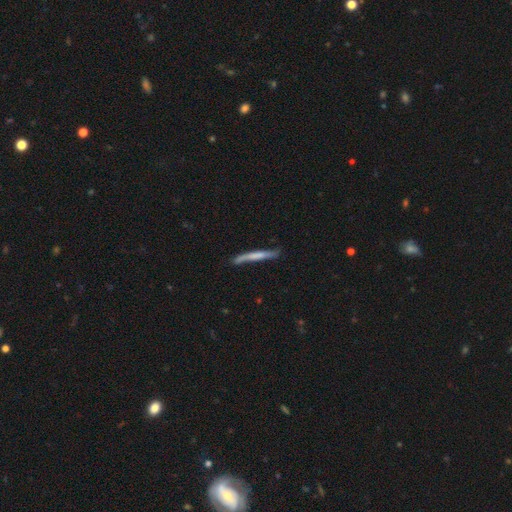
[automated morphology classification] Smooth or featured?
  - smooth: 53% *
  - featured or disk: 41%
  - star or artifact: 6%
How rounded?
  - cigar-shaped: 96% *
  - in between: 3%
  - round: 1%
Merging?
  - none: 67% *
  - minor disturbance: 24%
  - major disturbance: 6%
  - merger: 4%